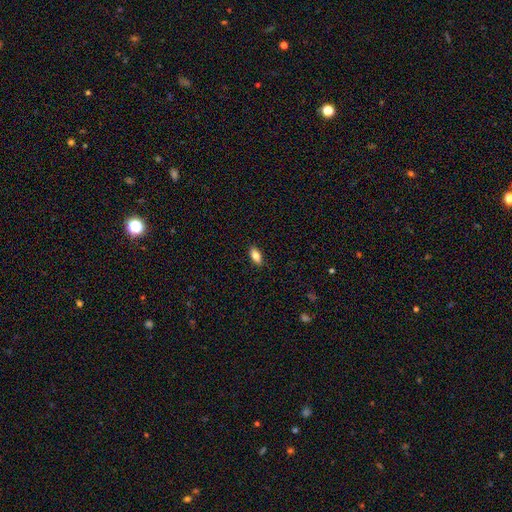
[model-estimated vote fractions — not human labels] Q: Smooth or featured?
A: smooth (78%); runner-up: featured or disk (14%)
Q: How rounded?
A: in between (84%); runner-up: cigar-shaped (13%)
Q: Merging?
A: none (88%); runner-up: minor disturbance (9%)